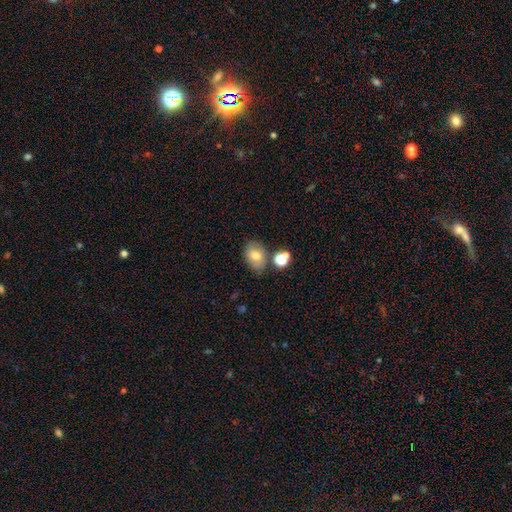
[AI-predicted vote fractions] A smooth galaxy with no disk features (74%) that is in between round and cigar-shaped (74%). Merging: none (70%).